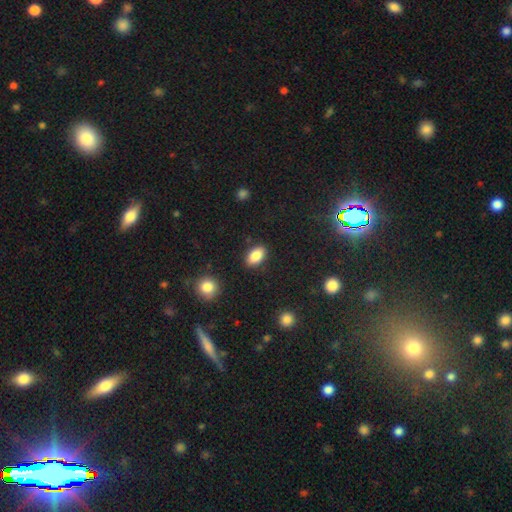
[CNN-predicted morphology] A smooth galaxy with no disk features (86%) that is in between round and cigar-shaped (91%). Merging: none (87%).